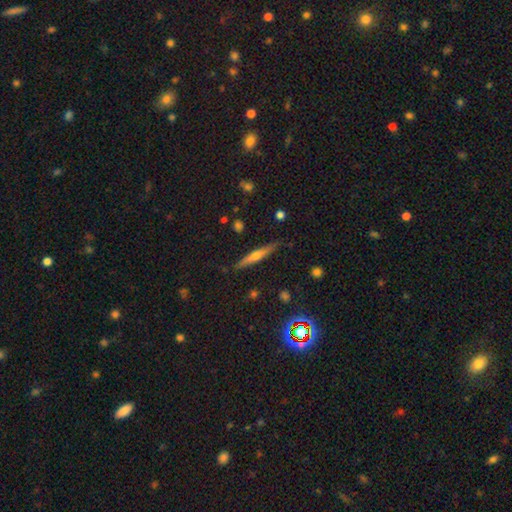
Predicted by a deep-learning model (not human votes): This appears to be a featured or disk galaxy (56%) viewed edge-on (96%) with a rounded central bulge (78%). Merging: none (86%).